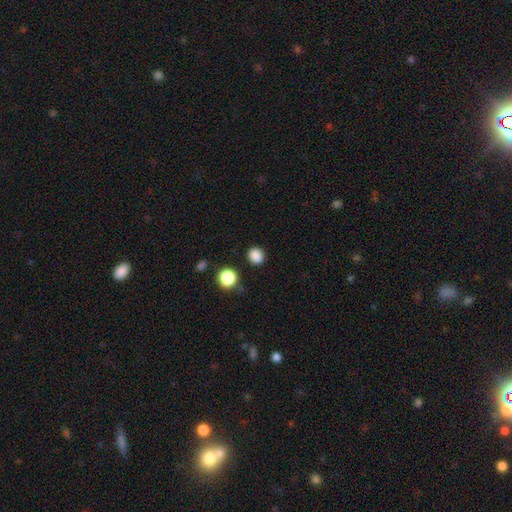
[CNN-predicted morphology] Smooth or featured? Predicted: smooth (p=0.85). How rounded? Predicted: round (p=0.82). Merging? Predicted: none (p=0.89).